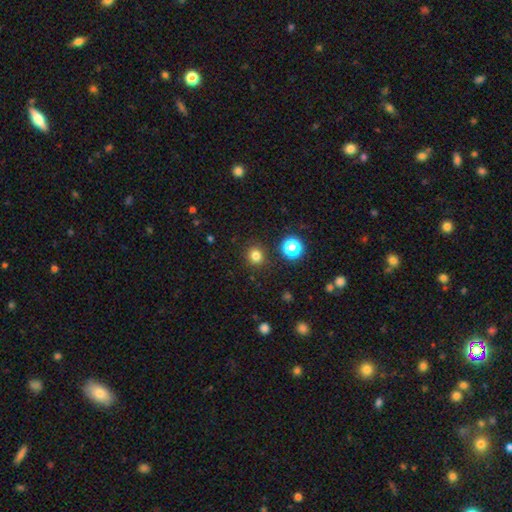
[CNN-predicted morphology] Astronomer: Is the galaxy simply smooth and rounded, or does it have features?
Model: smooth — 80%.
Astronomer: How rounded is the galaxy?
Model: round — 89%.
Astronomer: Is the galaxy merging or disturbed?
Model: none — 90%.